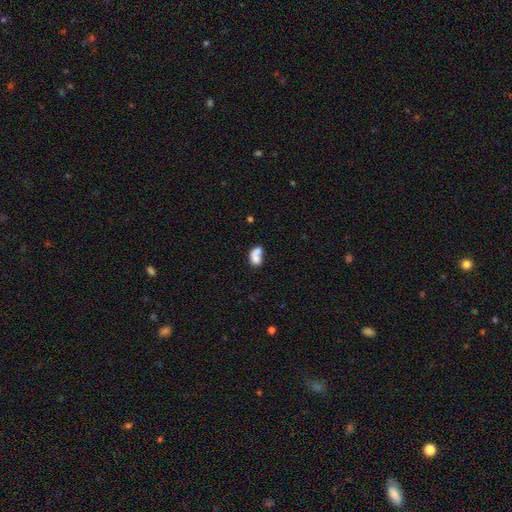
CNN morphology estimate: Smooth or featured?
  - smooth: 69% *
  - featured or disk: 21%
  - star or artifact: 9%
How rounded?
  - in between: 75% *
  - round: 22%
  - cigar-shaped: 2%
Merging?
  - merger: 54% *
  - none: 23%
  - major disturbance: 12%
  - minor disturbance: 11%